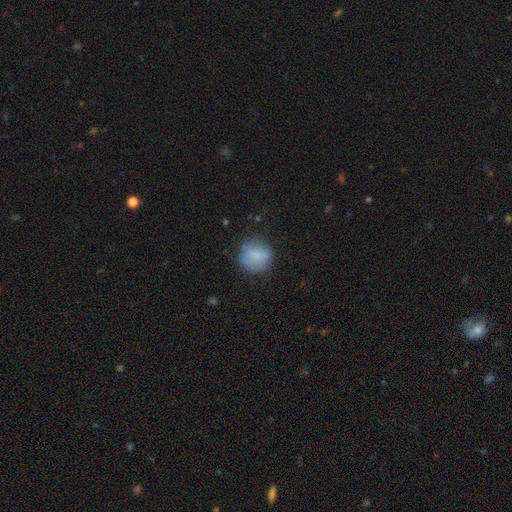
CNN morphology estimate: Smooth or featured? smooth (74%)
How rounded? round (84%)
Merging? none (66%)